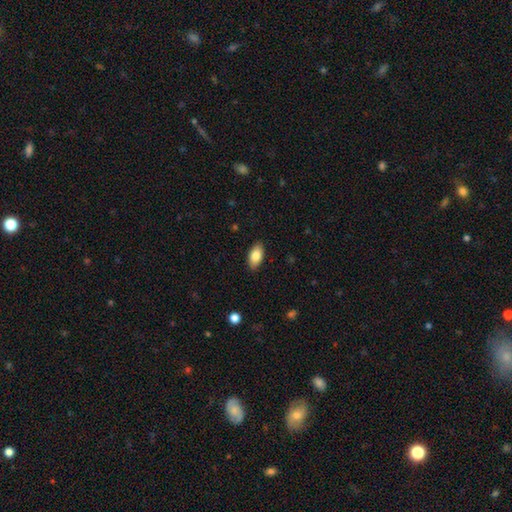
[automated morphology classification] Smooth or featured: smooth — 84% (featured or disk — 10%)
How rounded: in between — 93% (cigar-shaped — 4%)
Merging: none — 88% (minor disturbance — 9%)